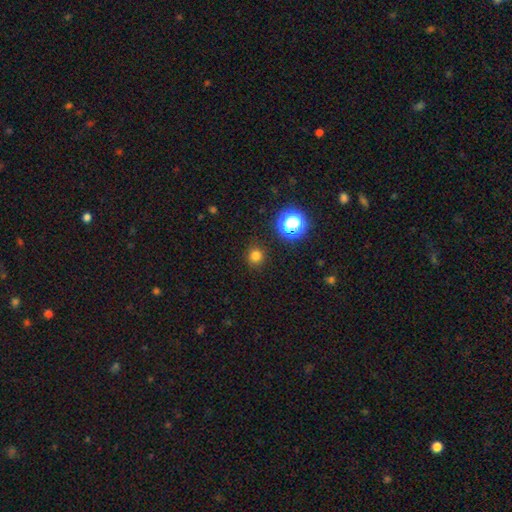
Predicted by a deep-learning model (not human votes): Smooth or featured?
  - smooth: 78% *
  - star or artifact: 18%
  - featured or disk: 4%
How rounded?
  - round: 91% *
  - in between: 8%
  - cigar-shaped: 1%
Merging?
  - none: 89% *
  - minor disturbance: 7%
  - major disturbance: 2%
  - merger: 1%